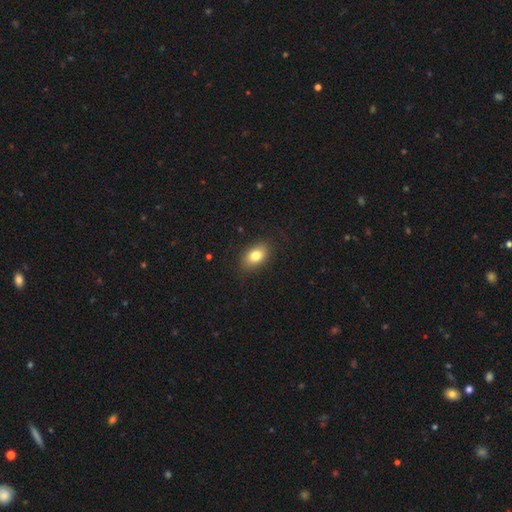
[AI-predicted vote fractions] Smooth or featured: smooth — 80% (featured or disk — 11%)
How rounded: in between — 85% (round — 14%)
Merging: none — 86% (minor disturbance — 10%)